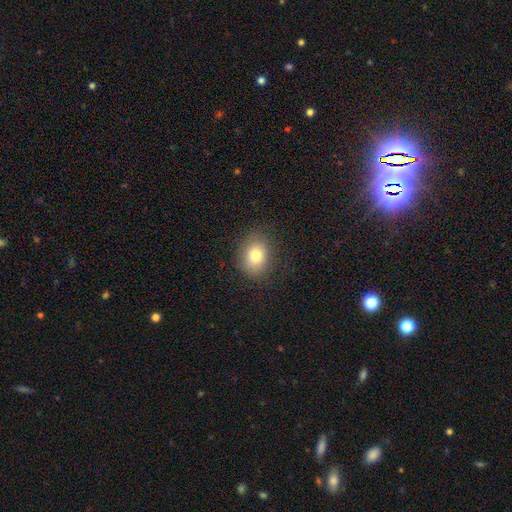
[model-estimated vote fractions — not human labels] smooth_or_featured: smooth (p=0.78) [alt: star or artifact p=0.11]
how_rounded: in between (p=0.52) [alt: round p=0.47]
merging: none (p=0.85) [alt: minor disturbance p=0.10]